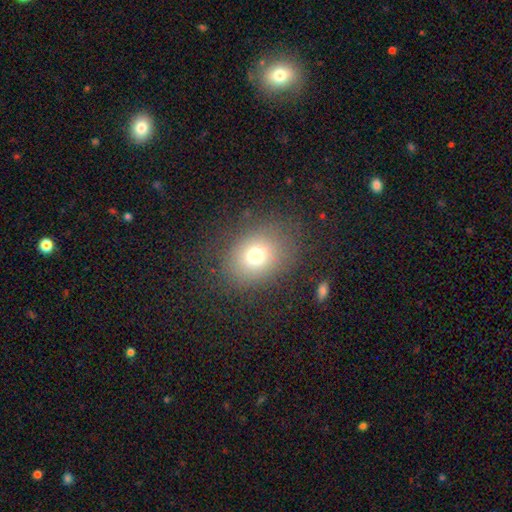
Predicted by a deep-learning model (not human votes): smooth_or_featured: smooth (p=0.72) [alt: star or artifact p=0.15]
how_rounded: round (p=0.53) [alt: in between p=0.46]
merging: none (p=0.78) [alt: minor disturbance p=0.12]